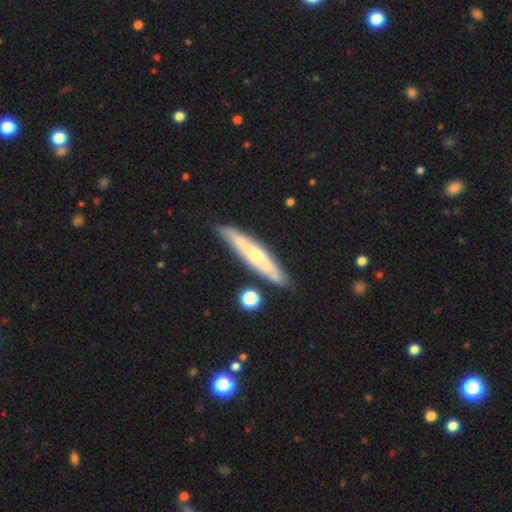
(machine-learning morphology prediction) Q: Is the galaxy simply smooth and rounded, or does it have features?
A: featured or disk — 57%.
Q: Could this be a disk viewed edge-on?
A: yes — 78%.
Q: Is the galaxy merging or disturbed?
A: none — 81%.